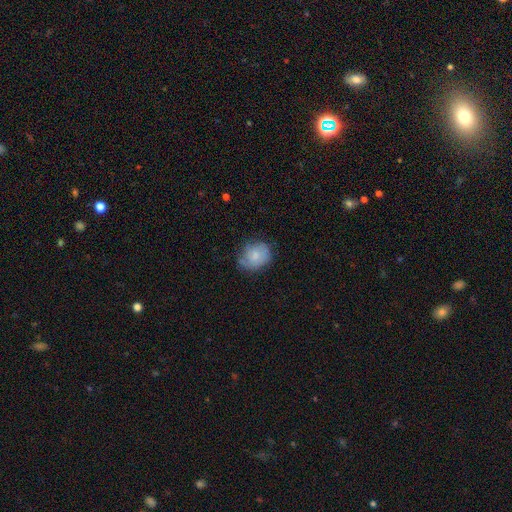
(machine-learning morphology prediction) type=smooth (71%); roundness=round (60%); merging=none (61%).